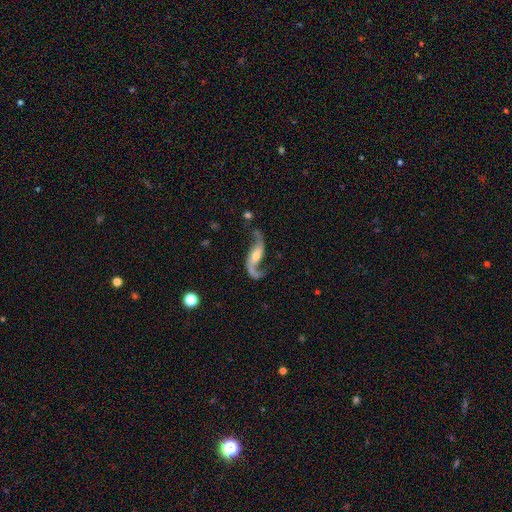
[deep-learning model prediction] featured or disk 88%, smooth 6%, star or artifact 6%. Down the decision tree: edge-on disk — no (92%); bar — no (40%); spiral arms — yes (95%); spiral arm count — 2 (90%); spiral winding — loose (86%); bulge size — moderate (52%); merging — none (64%).